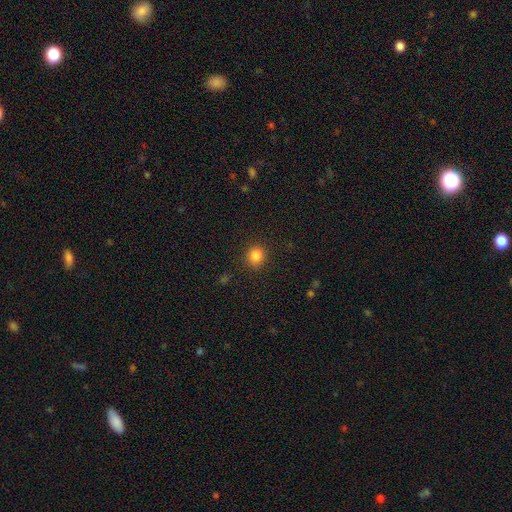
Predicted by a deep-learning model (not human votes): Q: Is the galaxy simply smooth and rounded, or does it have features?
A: smooth — 85%.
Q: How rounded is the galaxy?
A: round — 80%.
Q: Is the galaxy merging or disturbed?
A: none — 88%.